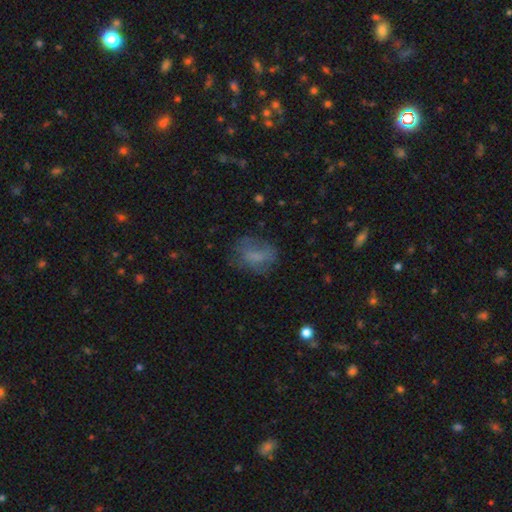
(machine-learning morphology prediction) Q: Smooth or featured?
A: smooth (61%); runner-up: featured or disk (27%)
Q: How rounded?
A: in between (65%); runner-up: round (32%)
Q: Merging?
A: none (57%); runner-up: minor disturbance (23%)